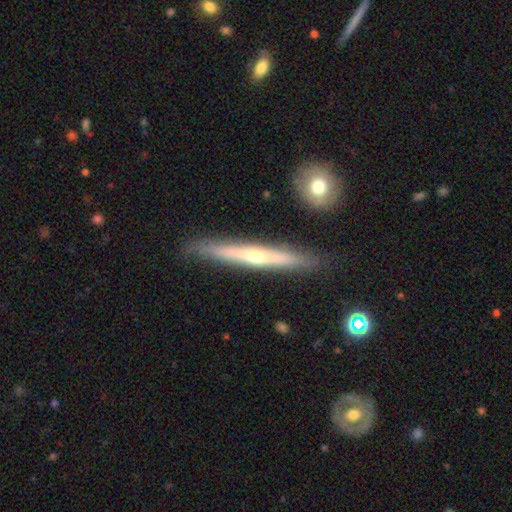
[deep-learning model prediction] Smooth or featured? Predicted: featured or disk (p=0.62). Edge-on disk? Predicted: yes (p=0.95). Edge-on bulge? Predicted: rounded (p=0.68). Merging? Predicted: none (p=0.87).